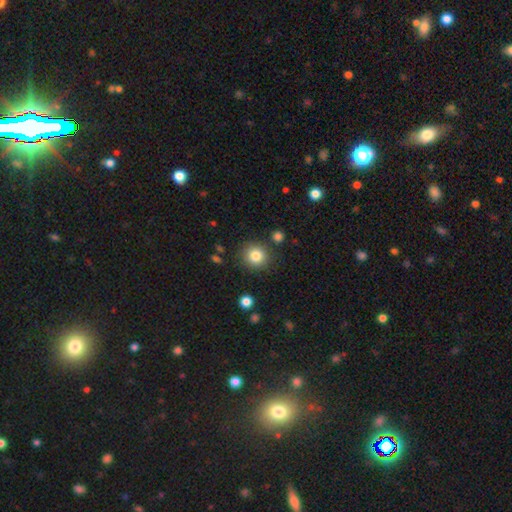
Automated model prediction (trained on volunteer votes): Overall: smooth (83%). How rounded: round (91%). Merging: none (85%).